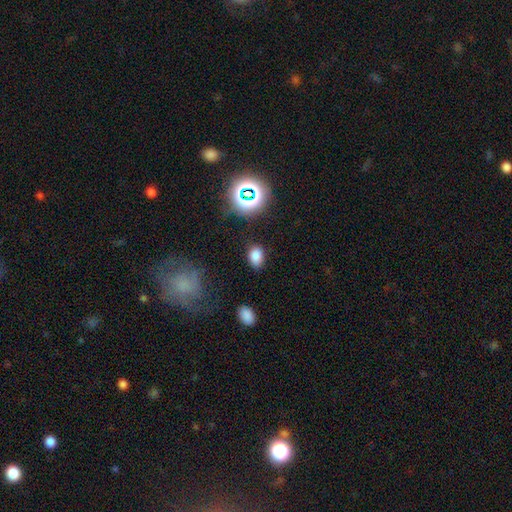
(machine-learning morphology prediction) This is likely a smooth galaxy (78%). How rounded: likely in between (78%). Merging: clearly none (82%).